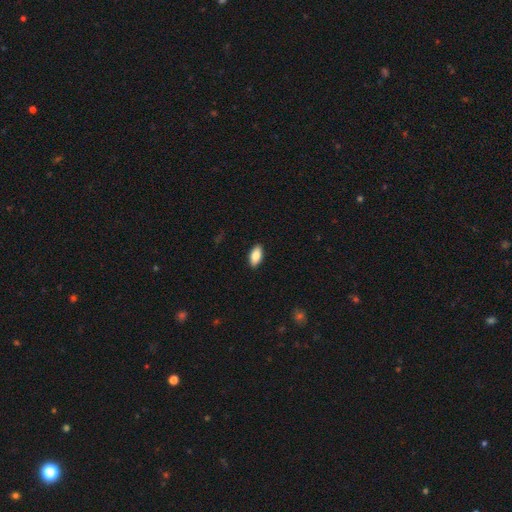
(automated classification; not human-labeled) Smooth or featured?
  - smooth: 84% *
  - featured or disk: 10%
  - star or artifact: 6%
How rounded?
  - in between: 90% *
  - cigar-shaped: 7%
  - round: 3%
Merging?
  - none: 90% *
  - minor disturbance: 7%
  - major disturbance: 2%
  - merger: 1%